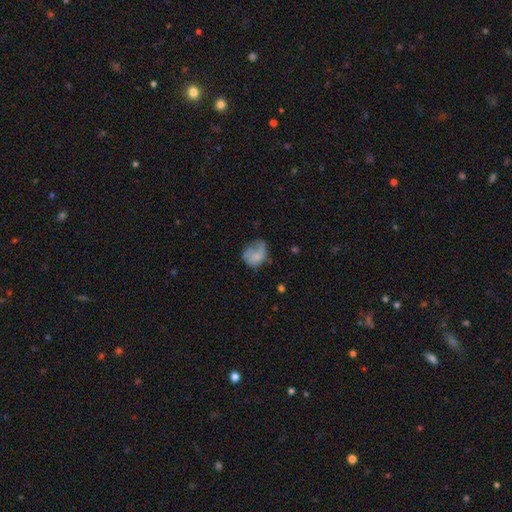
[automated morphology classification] This appears to be a smooth galaxy with no disk features (63%) that is round (54%). Merging: none (35%).